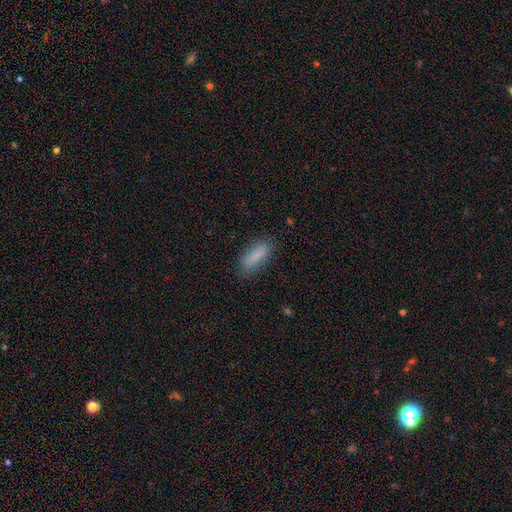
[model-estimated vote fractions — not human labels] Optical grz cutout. It shows a smooth galaxy with no disk features (84%) that is in between round and cigar-shaped (63%). Merging: none (79%).